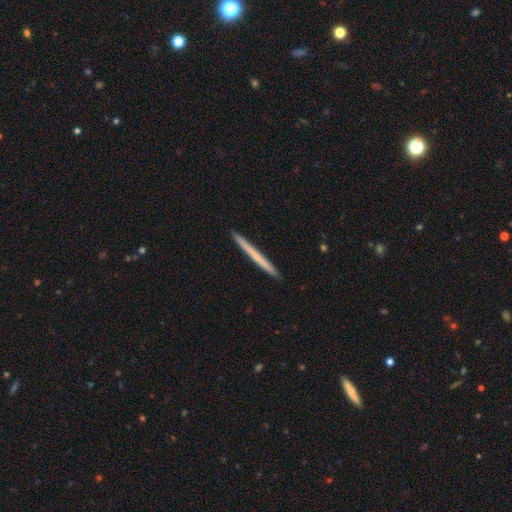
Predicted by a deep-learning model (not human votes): smooth-or-featured: smooth: 55% | featured or disk: 39% | star or artifact: 5%
  how-rounded: cigar-shaped: 98% | in between: 1% | round: 1%
  merging: none: 93% | minor disturbance: 5% | major disturbance: 1% | merger: 1%